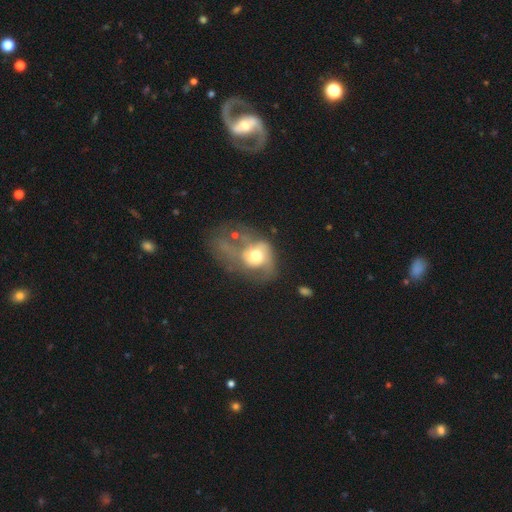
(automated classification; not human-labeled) Smooth or featured: smooth — 47% (featured or disk — 44%)
Merging: major disturbance — 57% (minor disturbance — 15%)